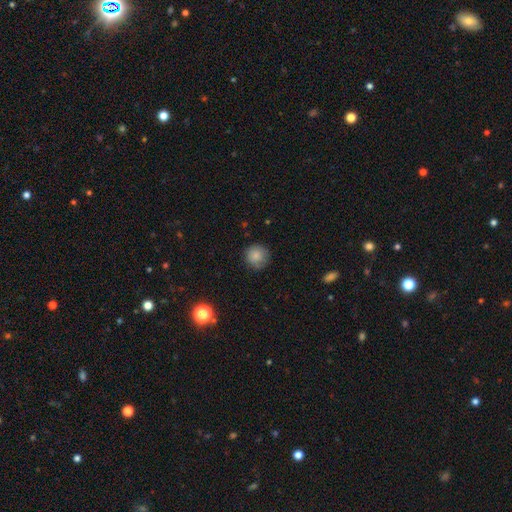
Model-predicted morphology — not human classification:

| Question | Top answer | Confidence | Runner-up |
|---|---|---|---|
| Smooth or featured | smooth | 84% | star or artifact (9%) |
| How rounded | round | 93% | in between (6%) |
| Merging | none | 82% | minor disturbance (14%) |